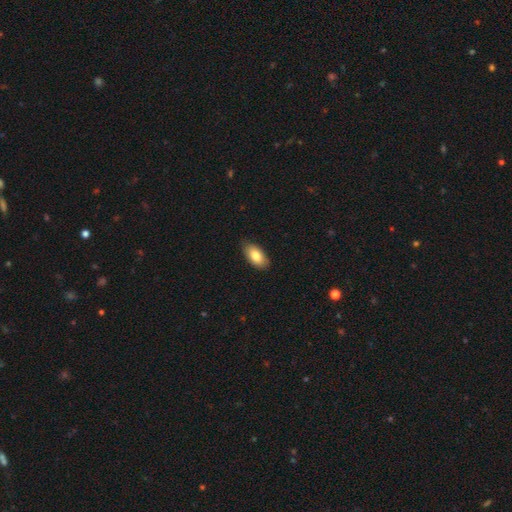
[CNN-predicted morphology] A smooth galaxy with no disk features (84%) that is in between round and cigar-shaped (93%). Merging: none (85%).